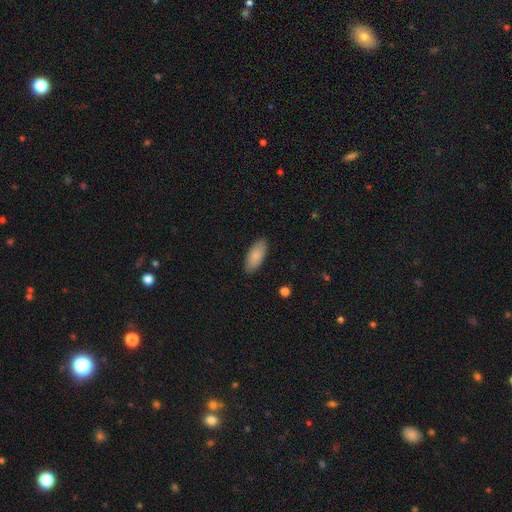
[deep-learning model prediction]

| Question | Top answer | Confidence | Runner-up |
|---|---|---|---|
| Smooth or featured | smooth | 86% | featured or disk (8%) |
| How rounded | in between | 87% | cigar-shaped (12%) |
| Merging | none | 87% | minor disturbance (10%) |